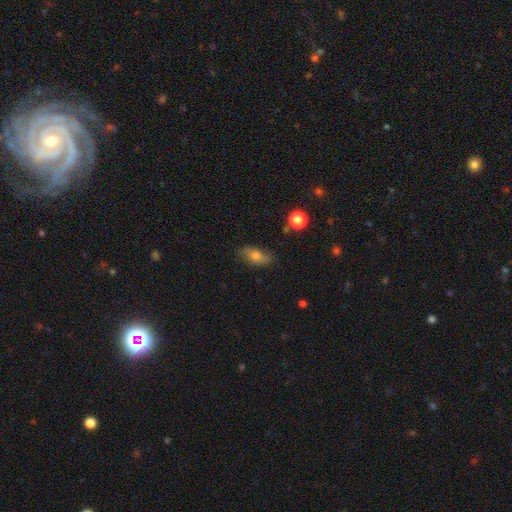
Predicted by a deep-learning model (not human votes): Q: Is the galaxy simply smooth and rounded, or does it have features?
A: smooth — 67%.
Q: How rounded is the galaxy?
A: in between — 81%.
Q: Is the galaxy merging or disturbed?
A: none — 78%.